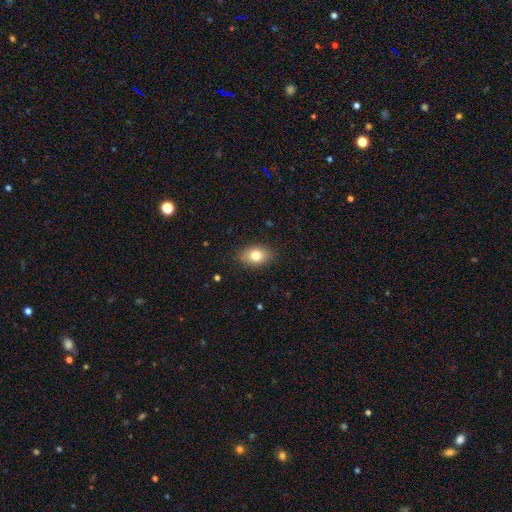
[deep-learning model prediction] A smooth galaxy with no disk features (79%) that is in between round and cigar-shaped (84%).

Vote fractions:
- Smooth or featured? smooth: 79% / featured or disk: 13% / star or artifact: 9%
- How rounded? in between: 84% / round: 15% / cigar-shaped: 2%
- Merging? none: 87% / minor disturbance: 10% / major disturbance: 2% / merger: 1%